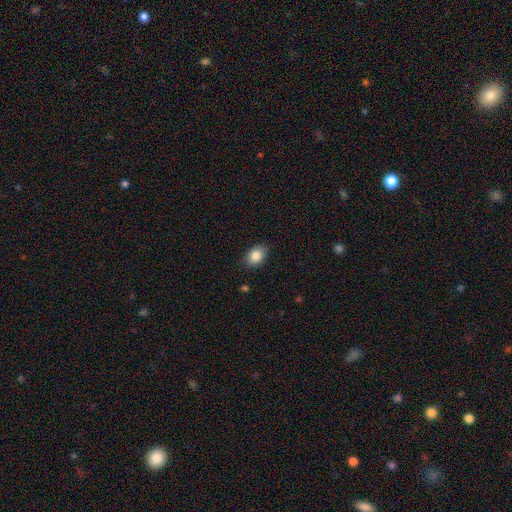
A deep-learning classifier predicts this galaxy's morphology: The model was most divided on "how rounded": in between: 76%, round: 23%, cigar-shaped: 1%. More confident: merging — none (85%); smooth or featured — smooth (85%).